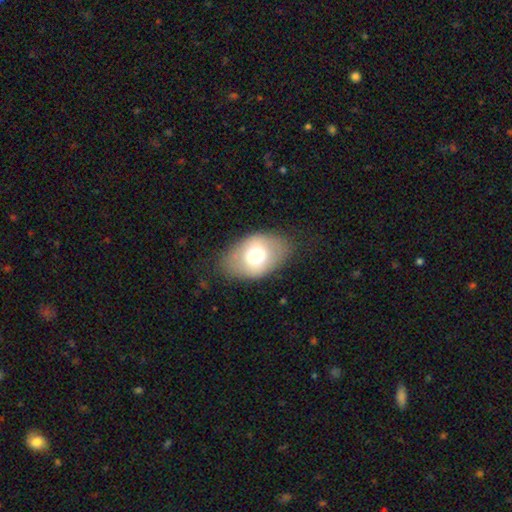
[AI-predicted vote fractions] The model was most divided on "smooth or featured": smooth: 67%, featured or disk: 24%, star or artifact: 9%. More confident: how rounded — in between (84%); merging — none (77%).